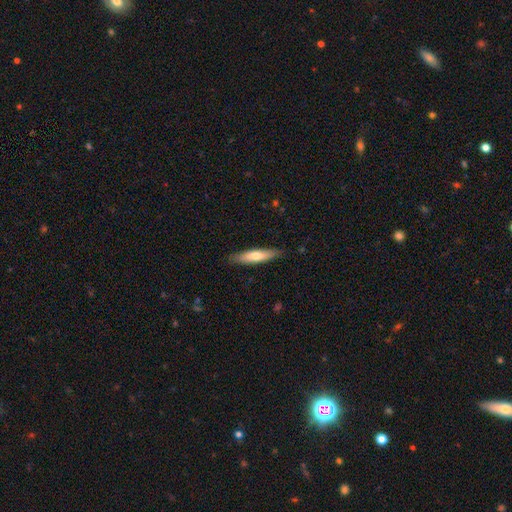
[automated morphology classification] smooth 61%, featured or disk 33%, star or artifact 6%. Down the decision tree: how rounded — cigar-shaped (79%); merging — none (87%).